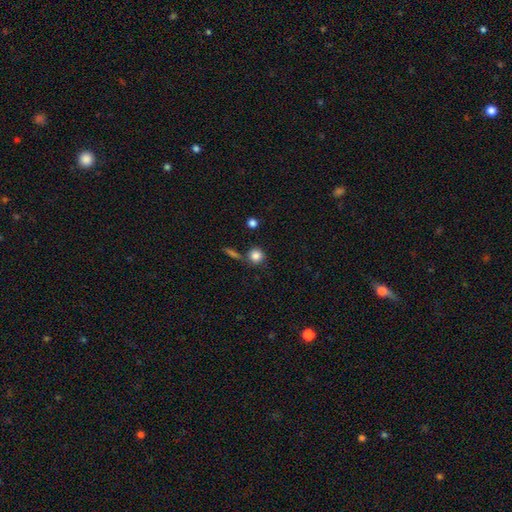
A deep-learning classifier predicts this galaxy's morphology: Smooth or featured? Predicted: smooth (p=0.84). How rounded? Predicted: round (p=0.91). Merging? Predicted: none (p=0.74).